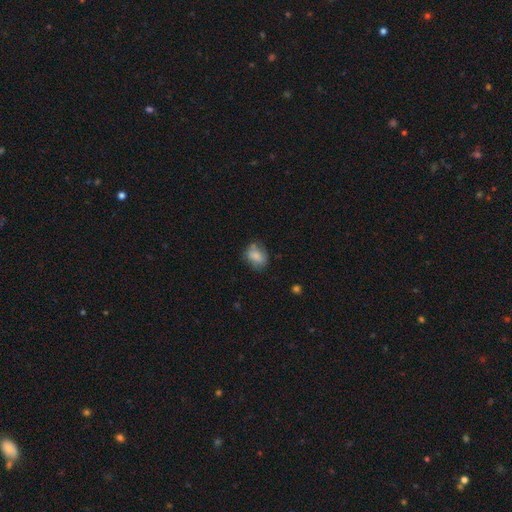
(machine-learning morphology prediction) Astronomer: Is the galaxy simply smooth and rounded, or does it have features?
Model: smooth — 74%.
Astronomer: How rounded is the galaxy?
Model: in between — 64%.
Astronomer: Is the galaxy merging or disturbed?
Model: none — 60%.